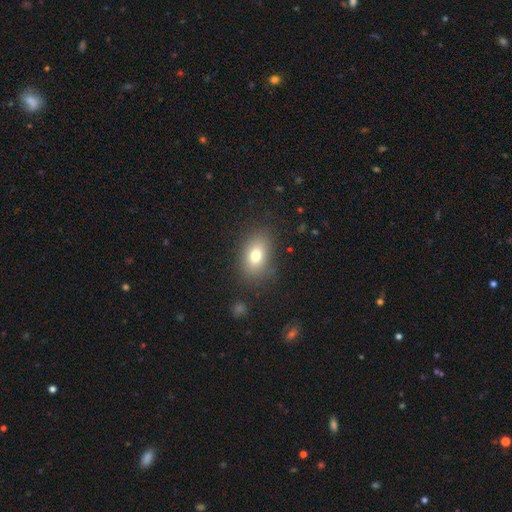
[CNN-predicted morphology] A smooth galaxy with no disk features (76%) that is in between round and cigar-shaped (80%). Merging: none (83%).